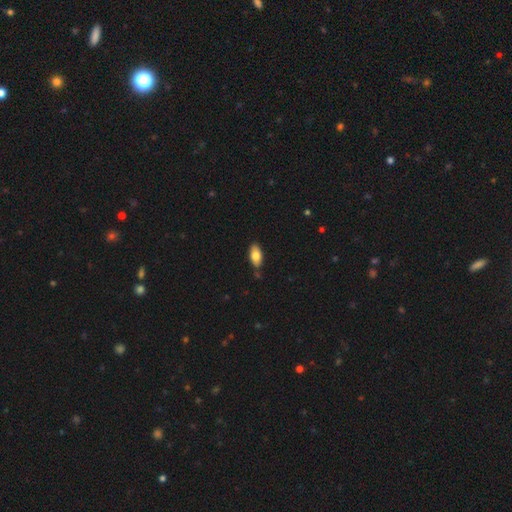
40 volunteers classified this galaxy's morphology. smooth-or-featured: smooth: 88% | star or artifact: 8% | featured or disk: 5%
  how-rounded: in between: 77% | cigar-shaped: 23% | round: 0%
  merging: none: 81% | minor disturbance: 16% | merger: 3% | major disturbance: 0%